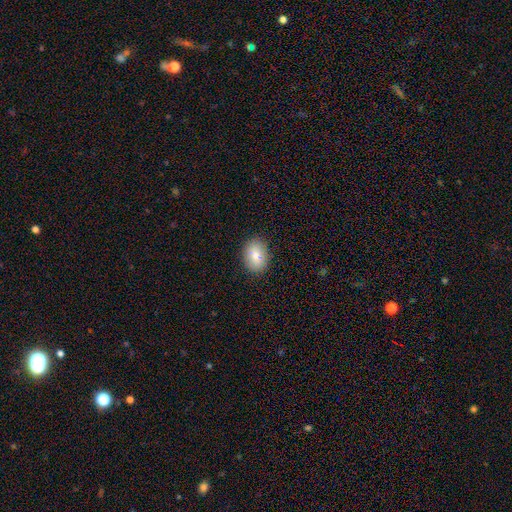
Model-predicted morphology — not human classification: The model was most divided on "how rounded": in between: 78%, round: 21%, cigar-shaped: 1%. More confident: merging — none (87%); smooth or featured — smooth (81%).